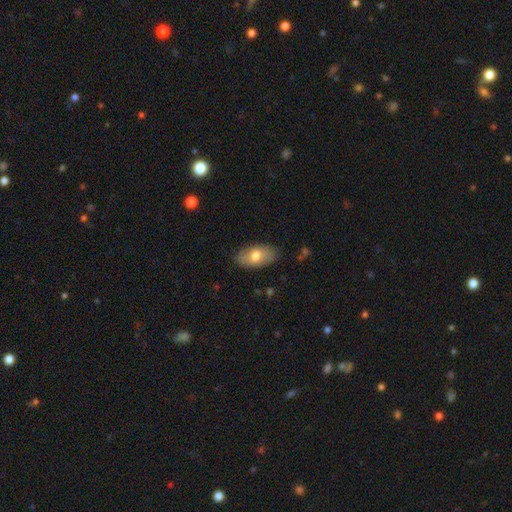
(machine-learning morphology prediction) Smooth or featured?
  - smooth: 72% *
  - featured or disk: 21%
  - star or artifact: 6%
How rounded?
  - in between: 92% *
  - round: 5%
  - cigar-shaped: 3%
Merging?
  - none: 83% *
  - minor disturbance: 13%
  - major disturbance: 3%
  - merger: 1%